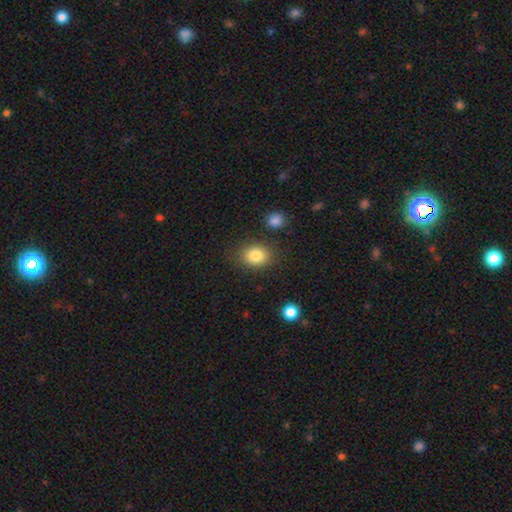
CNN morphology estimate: Smooth or featured: smooth — 85% (star or artifact — 9%)
How rounded: in between — 56% (round — 43%)
Merging: none — 81% (minor disturbance — 12%)